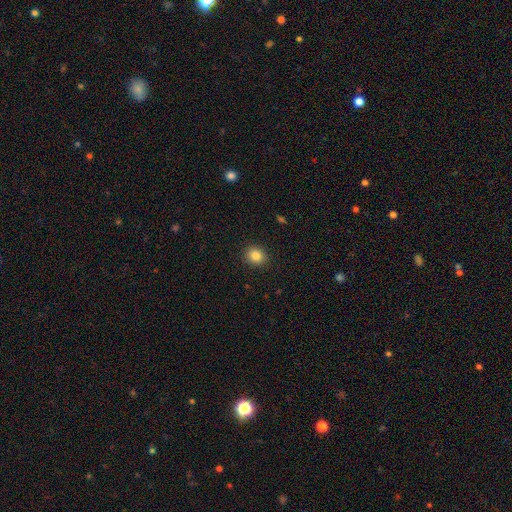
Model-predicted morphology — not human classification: Overall: smooth (84%). How rounded: round (74%). Merging: none (91%).